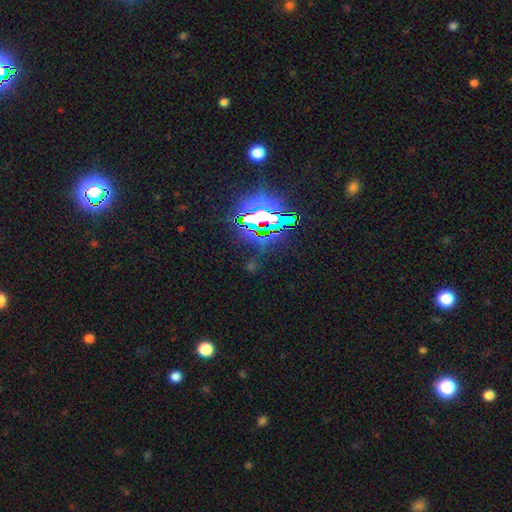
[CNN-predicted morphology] Smooth or featured? star or artifact (83%)